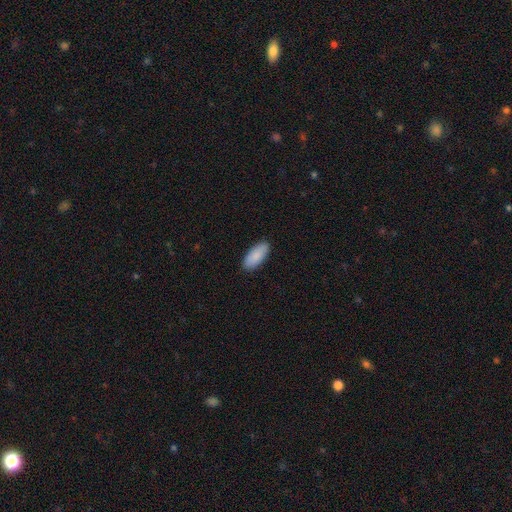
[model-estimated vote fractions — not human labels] Q: Smooth or featured?
A: smooth (89%); runner-up: star or artifact (6%)
Q: How rounded?
A: in between (89%); runner-up: cigar-shaped (9%)
Q: Merging?
A: none (89%); runner-up: minor disturbance (8%)